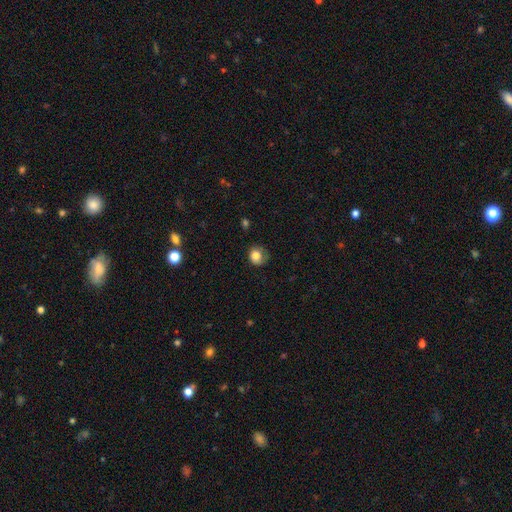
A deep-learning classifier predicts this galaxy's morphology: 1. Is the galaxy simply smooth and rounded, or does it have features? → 80% smooth, 10% featured or disk, 10% star or artifact.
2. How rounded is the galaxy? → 76% round, 23% in between, 1% cigar-shaped.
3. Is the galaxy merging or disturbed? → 60% none, 28% minor disturbance, 10% major disturbance, 2% merger.